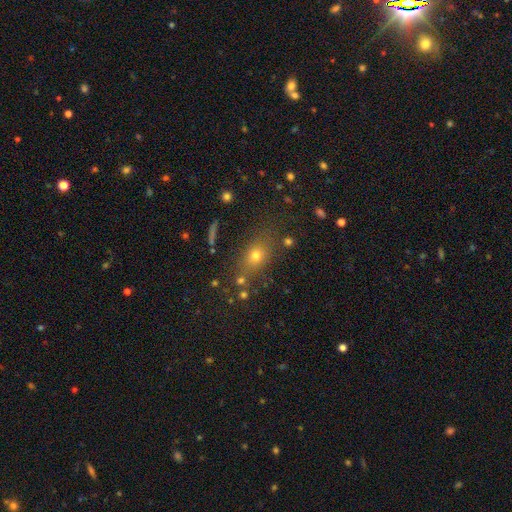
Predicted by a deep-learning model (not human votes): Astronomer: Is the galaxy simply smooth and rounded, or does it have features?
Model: smooth — 66%.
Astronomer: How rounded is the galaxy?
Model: in between — 53% (runner-up: round, 40%).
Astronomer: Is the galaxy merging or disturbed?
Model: none — 75%.